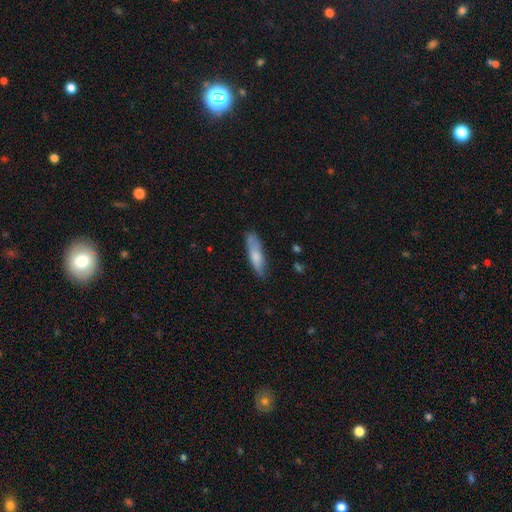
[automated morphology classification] smooth_or_featured: smooth (p=0.72) [alt: featured or disk p=0.22]
how_rounded: cigar-shaped (p=0.66) [alt: in between p=0.33]
merging: none (p=0.74) [alt: minor disturbance p=0.20]